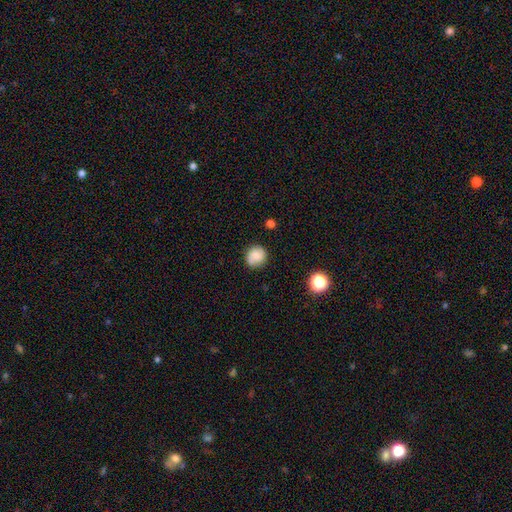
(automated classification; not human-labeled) This appears to be a smooth galaxy with no disk features (70%) that is round (84%). Merging: none (79%).